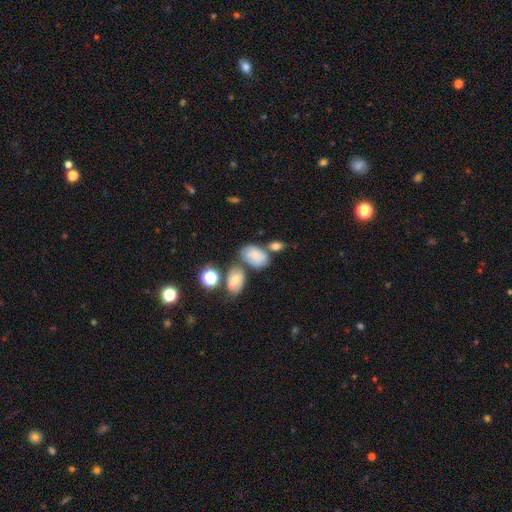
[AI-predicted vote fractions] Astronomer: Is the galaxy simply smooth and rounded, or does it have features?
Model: smooth — 69%.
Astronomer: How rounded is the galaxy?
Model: in between — 86%.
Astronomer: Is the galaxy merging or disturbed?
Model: none — 42% (runner-up: merger, 27%).